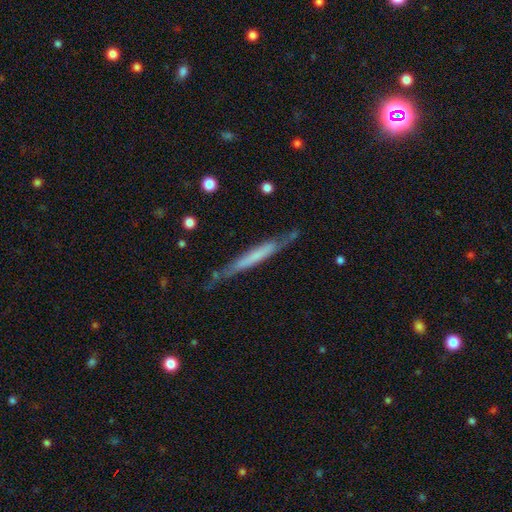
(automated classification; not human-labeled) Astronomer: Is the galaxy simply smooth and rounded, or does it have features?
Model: featured or disk — 52% (runner-up: smooth, 42%).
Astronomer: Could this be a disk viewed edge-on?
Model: yes — 90%.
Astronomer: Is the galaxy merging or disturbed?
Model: none — 71%.